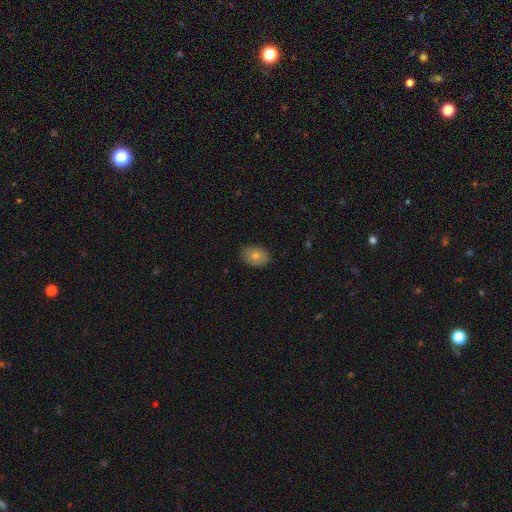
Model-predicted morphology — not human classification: A smooth galaxy with no disk features (67%) that is in between round and cigar-shaped (76%). Merging: none (86%).